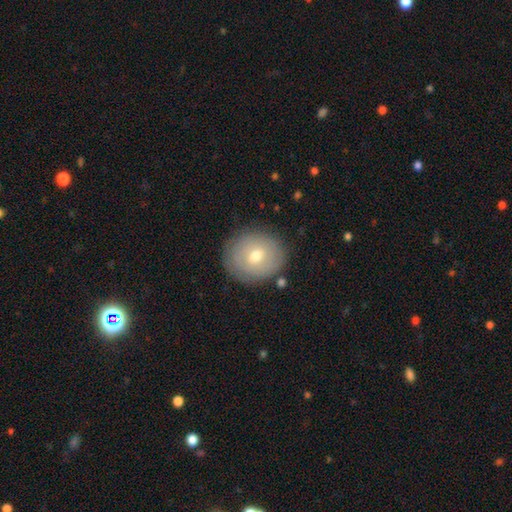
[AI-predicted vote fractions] Morphology: type=smooth (60%); roundness=round (77%); merging=none (83%).